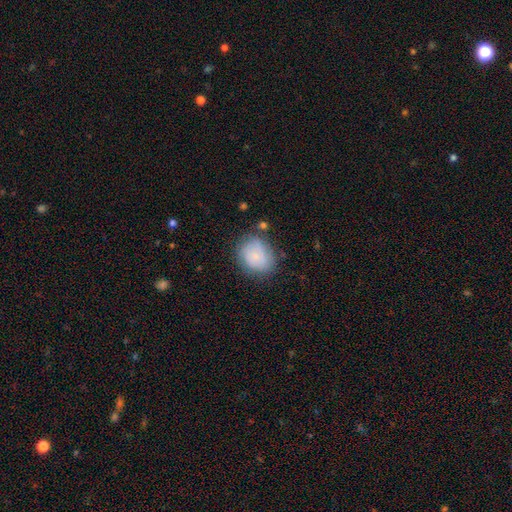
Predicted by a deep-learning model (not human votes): Smooth or featured? smooth (70%)
How rounded? round (56%)
Merging? none (65%)